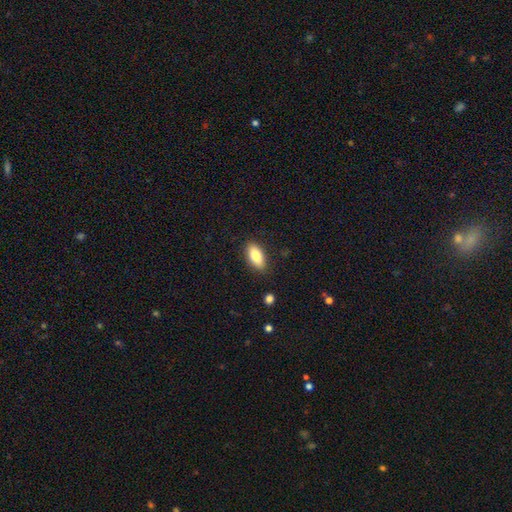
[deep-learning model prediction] smooth-or-featured: smooth: 82% | featured or disk: 12% | star or artifact: 7%
  how-rounded: in between: 86% | cigar-shaped: 11% | round: 3%
  merging: none: 87% | minor disturbance: 10% | major disturbance: 2% | merger: 1%